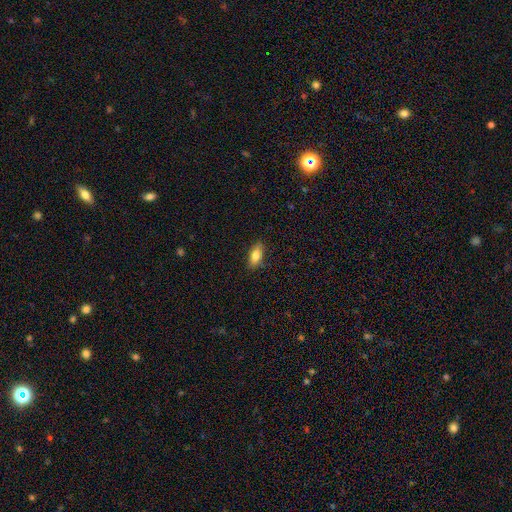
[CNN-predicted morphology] The model was most divided on "smooth or featured": smooth: 79%, featured or disk: 14%, star or artifact: 7%. More confident: merging — none (86%); how rounded — in between (83%).